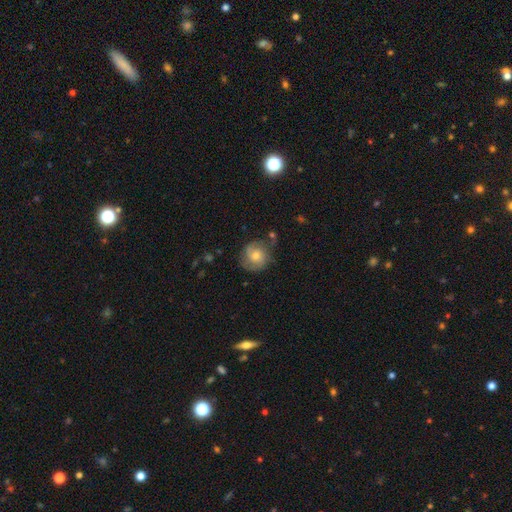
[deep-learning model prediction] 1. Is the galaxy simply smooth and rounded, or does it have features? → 49% featured or disk, 42% smooth, 8% star or artifact.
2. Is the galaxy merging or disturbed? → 69% none, 20% minor disturbance, 7% major disturbance, 4% merger.